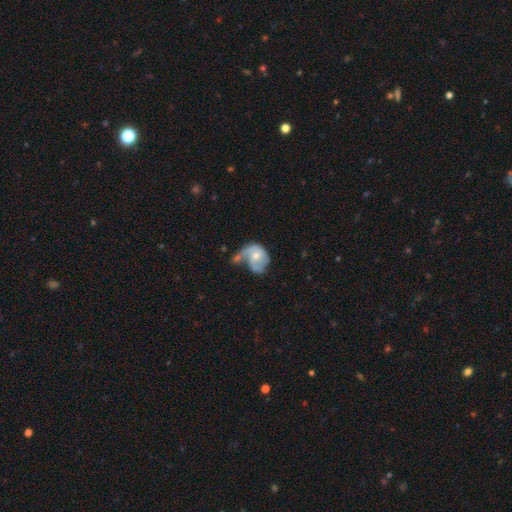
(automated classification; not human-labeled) Smooth or featured? Predicted: featured or disk (p=0.65). Edge-on disk? Predicted: no (p=0.97). Bar? Predicted: no (p=0.70). Spiral arms? Predicted: yes (p=0.77). Bulge size? Predicted: moderate (p=0.55). Merging? Predicted: major disturbance (p=0.34).